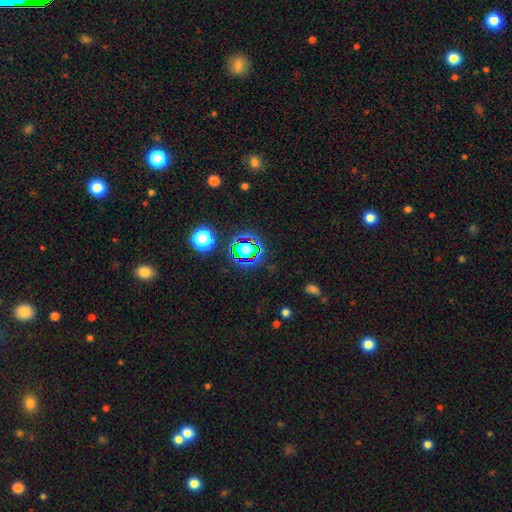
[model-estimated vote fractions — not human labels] Smooth or featured: star or artifact — 74% (smooth — 17%)